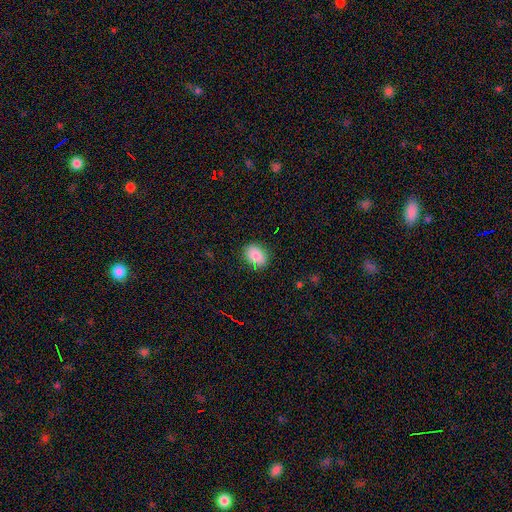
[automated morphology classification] Smooth or featured: smooth — 84% (star or artifact — 9%)
How rounded: in between — 68% (round — 30%)
Merging: none — 81% (minor disturbance — 14%)